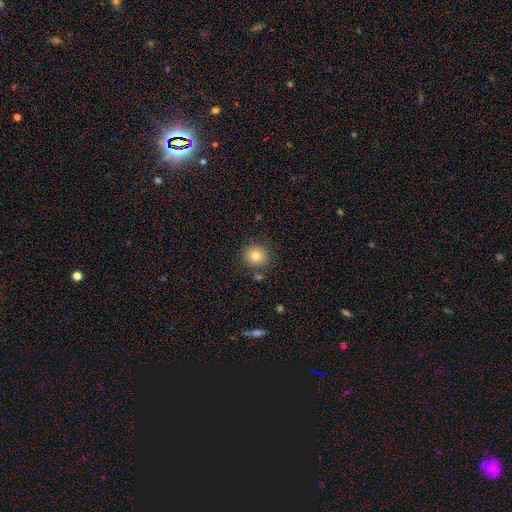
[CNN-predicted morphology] smooth 80%, star or artifact 11%, featured or disk 9%. Down the decision tree: how rounded — round (91%); merging — none (84%).